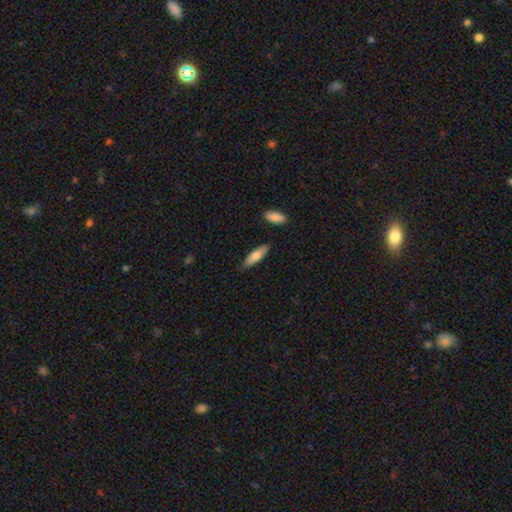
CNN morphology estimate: Smooth or featured?
  - smooth: 73% *
  - featured or disk: 21%
  - star or artifact: 6%
How rounded?
  - in between: 51% *
  - cigar-shaped: 47%
  - round: 2%
Merging?
  - none: 80% *
  - minor disturbance: 14%
  - merger: 3%
  - major disturbance: 2%